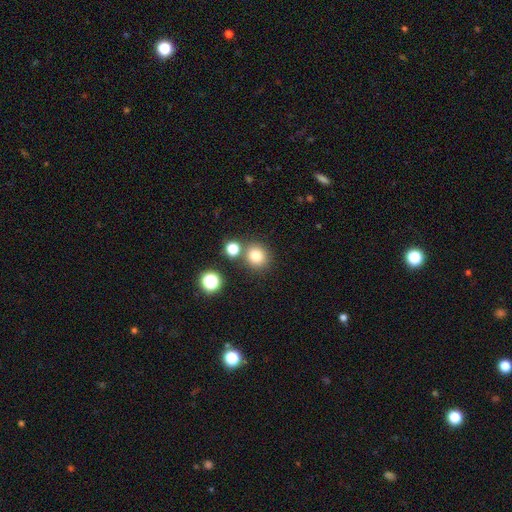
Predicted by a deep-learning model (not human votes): Smooth or featured? smooth (78%)
How rounded? round (88%)
Merging? none (76%)